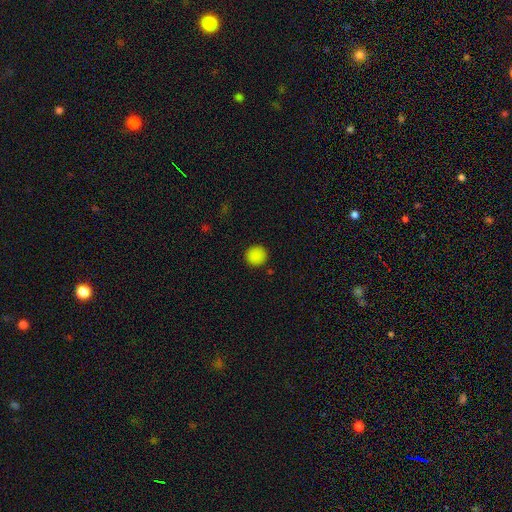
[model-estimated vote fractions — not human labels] Smooth or featured: smooth — 87% (star or artifact — 11%)
How rounded: round — 93% (in between — 6%)
Merging: none — 91% (minor disturbance — 6%)